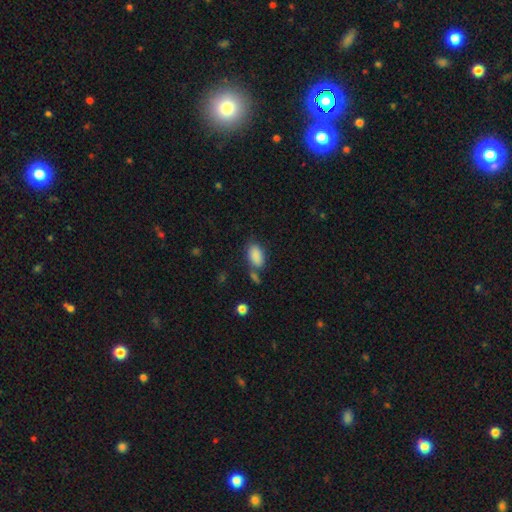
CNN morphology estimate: This appears to be a smooth galaxy with no disk features (88%) that is in between round and cigar-shaped (93%). Merging: none (61%).